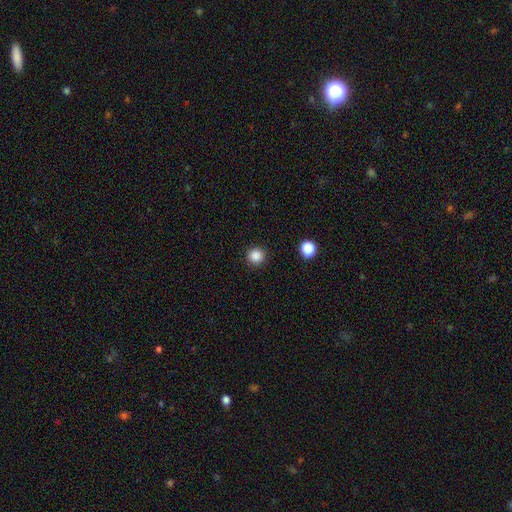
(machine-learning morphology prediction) smooth 86%, star or artifact 11%, featured or disk 3%. Down the decision tree: how rounded — round (95%); merging — none (92%).